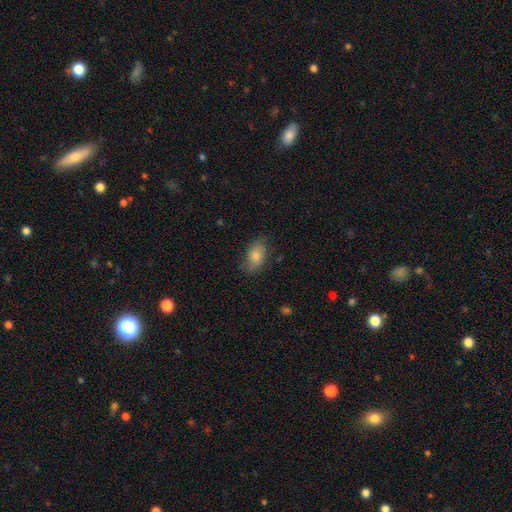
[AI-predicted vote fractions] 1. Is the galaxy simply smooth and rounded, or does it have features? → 81% smooth, 12% featured or disk, 7% star or artifact.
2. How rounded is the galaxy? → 91% in between, 6% round, 3% cigar-shaped.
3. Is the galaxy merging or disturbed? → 76% none, 18% minor disturbance, 5% major disturbance, 1% merger.